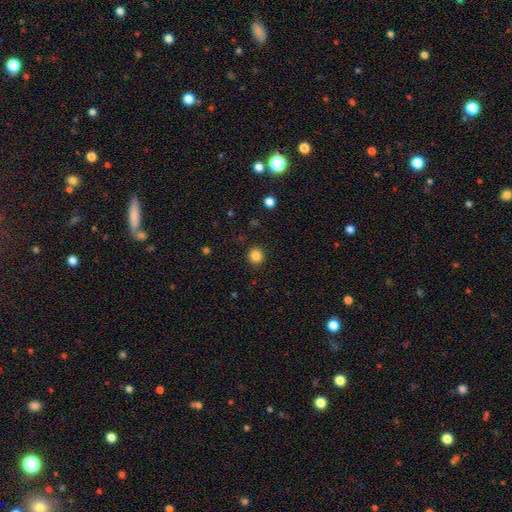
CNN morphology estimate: A smooth galaxy with no disk features (85%) that is round (92%). Merging: none (92%).